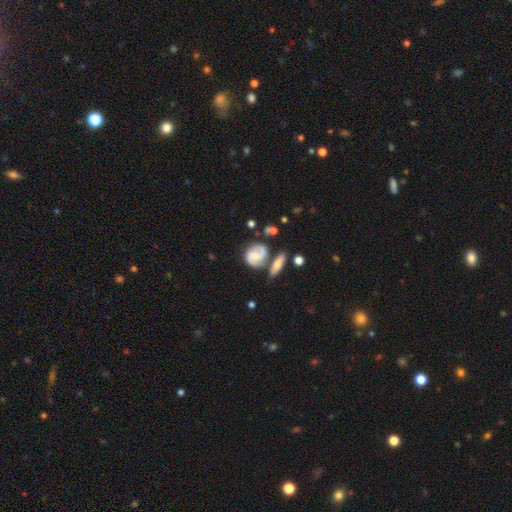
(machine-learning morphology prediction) smooth-or-featured: featured or disk: 62% | smooth: 31% | star or artifact: 7%
  disk-edge-on: no: 95% | yes: 5%
    bar: no: 59% | weak: 33% | strong: 8%
    has-spiral-arms: yes: 89% | no: 11%
      spiral-winding: tight: 42% | medium: 41% | loose: 17%
      spiral-arm-count: 2: 68% | can't tell: 14% | 1: 12% | 3: 4% | 4: 1% | more than 4: 1%
    bulge-size: small: 49% | moderate: 31% | none: 14% | large: 4% | dominant: 1%
  merging: none: 48% | merger: 23% | minor disturbance: 19% | major disturbance: 10%